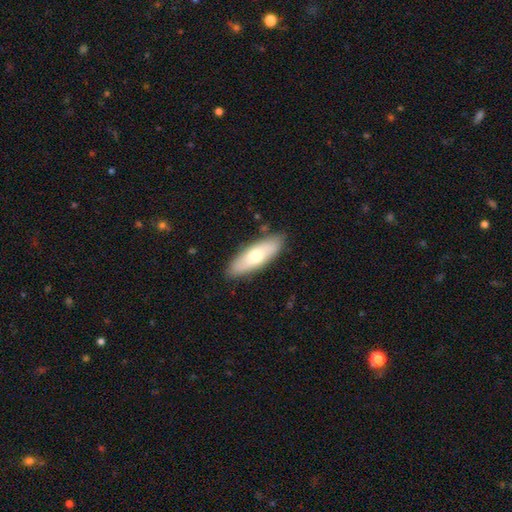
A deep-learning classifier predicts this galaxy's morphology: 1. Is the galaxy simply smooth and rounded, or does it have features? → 62% smooth, 32% featured or disk, 6% star or artifact.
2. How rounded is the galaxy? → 61% in between, 37% cigar-shaped, 2% round.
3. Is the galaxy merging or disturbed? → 86% none, 10% minor disturbance, 2% major disturbance, 2% merger.